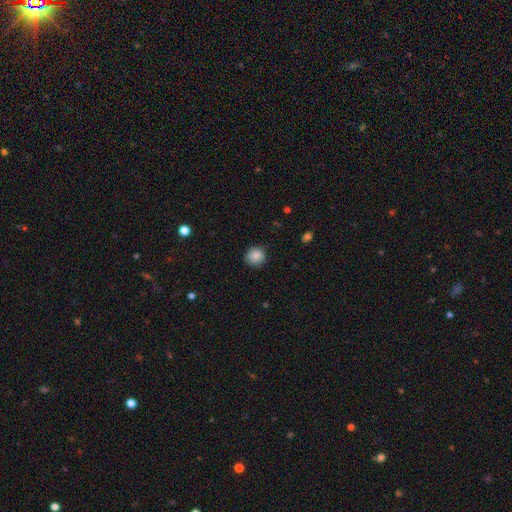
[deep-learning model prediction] Overall: smooth (86%). How rounded: round (88%). Merging: none (85%).